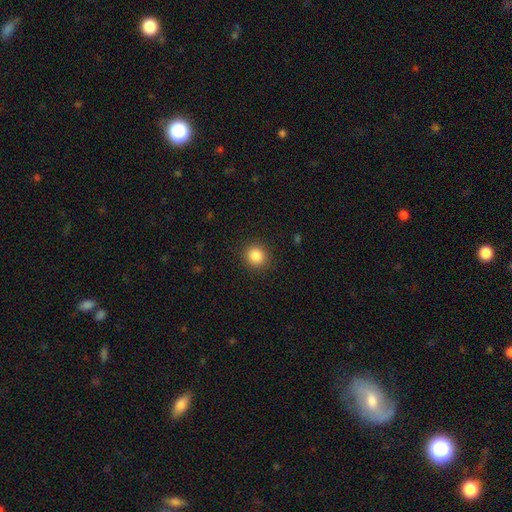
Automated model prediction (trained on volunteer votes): This is clearly a smooth galaxy (86%). How rounded: clearly round (89%). Merging: clearly none (90%).